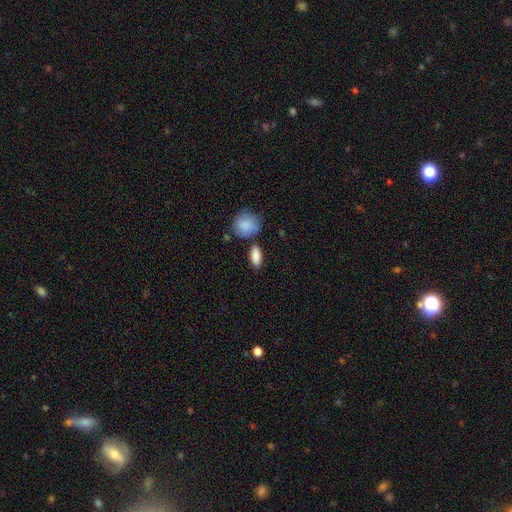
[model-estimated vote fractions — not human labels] Morphology: type=smooth (87%); roundness=in between (83%); merging=none (73%).